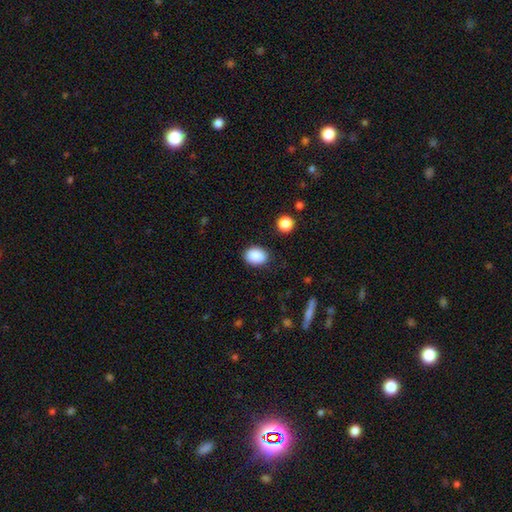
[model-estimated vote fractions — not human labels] A smooth galaxy with no disk features (89%) that is in between round and cigar-shaped (70%).

Vote fractions:
- Smooth or featured? smooth: 89% / star or artifact: 8% / featured or disk: 3%
- How rounded? in between: 70% / round: 29% / cigar-shaped: 1%
- Merging? none: 86% / minor disturbance: 9% / major disturbance: 3% / merger: 1%